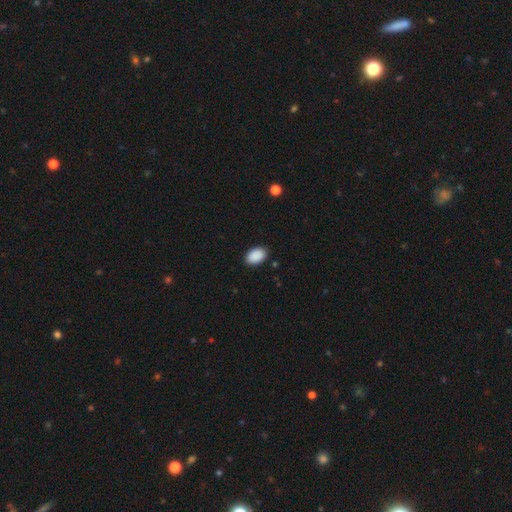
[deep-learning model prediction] Smooth or featured: smooth — 91% (star or artifact — 7%)
How rounded: in between — 90% (round — 9%)
Merging: none — 89% (minor disturbance — 8%)